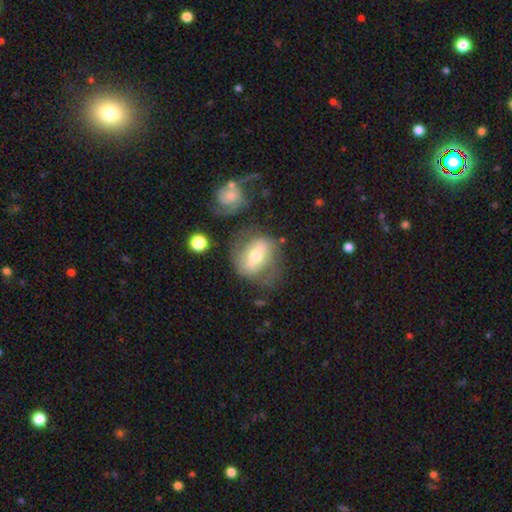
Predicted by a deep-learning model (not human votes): A featured or disk galaxy (63%) with a strong bar (50%), spiral arms (66%) and a moderate central bulge (65%).

Vote fractions:
- Smooth or featured? featured or disk: 63% / smooth: 30% / star or artifact: 6%
- Edge-on disk? no: 90% / yes: 10%
- Bar? strong: 50% / weak: 32% / no: 17%
- Spiral arms? yes: 66% / no: 34%
- Bulge size? moderate: 65% / small: 21% / large: 11% / dominant: 1% / none: 1%
- Merging? none: 59% / minor disturbance: 21% / major disturbance: 14% / merger: 7%